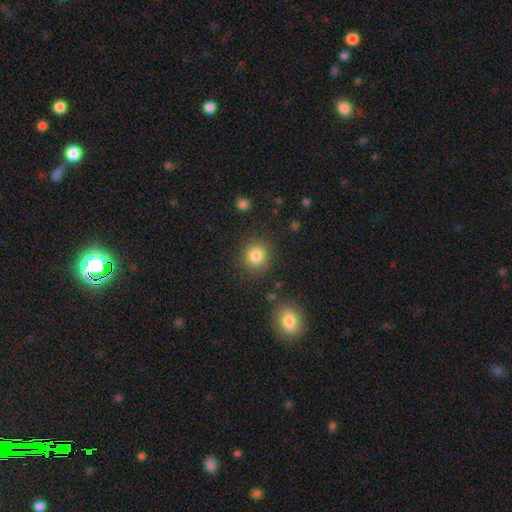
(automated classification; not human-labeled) Smooth or featured: smooth — 85% (star or artifact — 10%)
How rounded: round — 87% (in between — 12%)
Merging: none — 87% (minor disturbance — 8%)